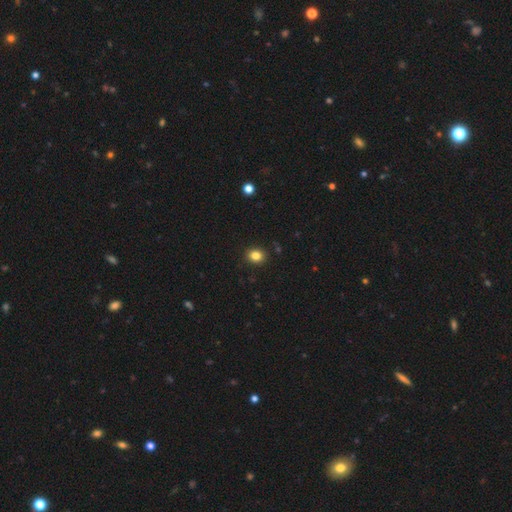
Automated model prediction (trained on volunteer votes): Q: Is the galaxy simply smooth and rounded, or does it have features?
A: smooth — 84%.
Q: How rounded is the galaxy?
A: round — 65%.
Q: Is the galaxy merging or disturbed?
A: none — 90%.